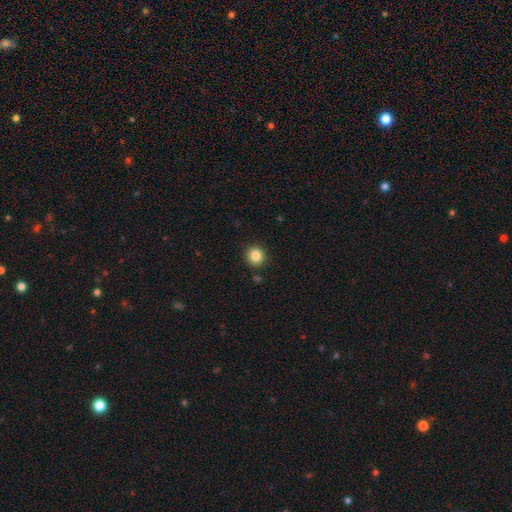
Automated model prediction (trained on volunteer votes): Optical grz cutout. It shows a smooth galaxy with no disk features (85%) that is round (90%). Merging: none (90%).